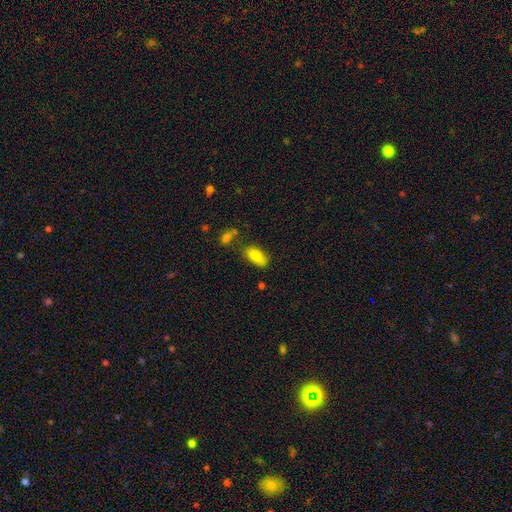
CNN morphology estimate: The model was most divided on "merging": none: 65%, minor disturbance: 21%, merger: 8%, major disturbance: 6%. More confident: how rounded — in between (91%); smooth or featured — smooth (83%).